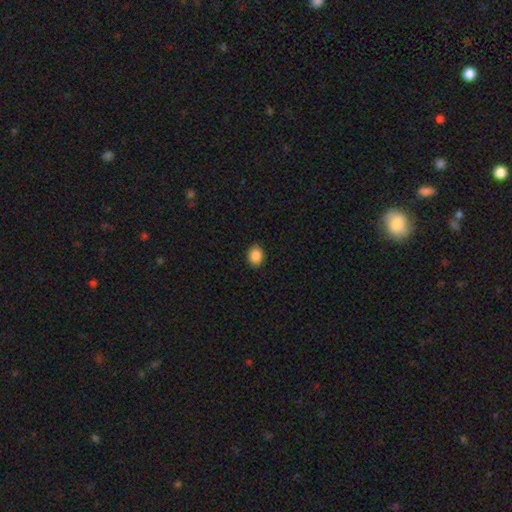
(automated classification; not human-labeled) A smooth galaxy with no disk features (88%) that is in between round and cigar-shaped (50%). Merging: none (90%).